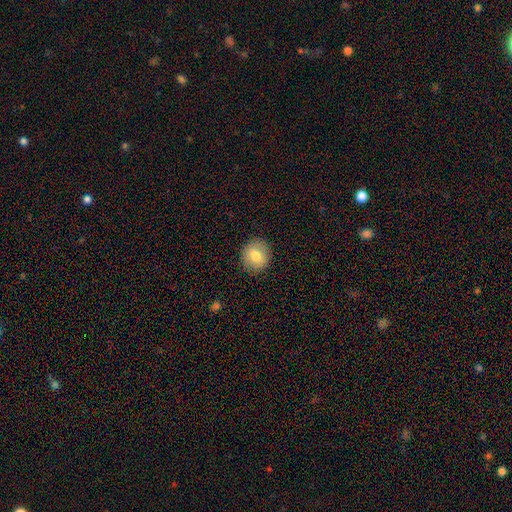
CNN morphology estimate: type=smooth (78%); roundness=round (81%); merging=none (89%).